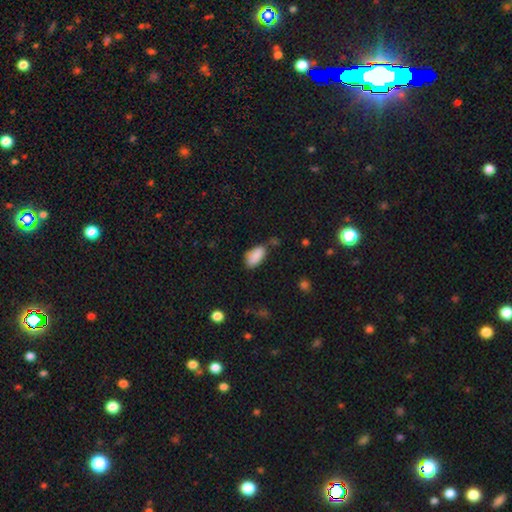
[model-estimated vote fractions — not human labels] smooth 87%, star or artifact 8%, featured or disk 5%. Down the decision tree: how rounded — in between (92%); merging — none (57%).